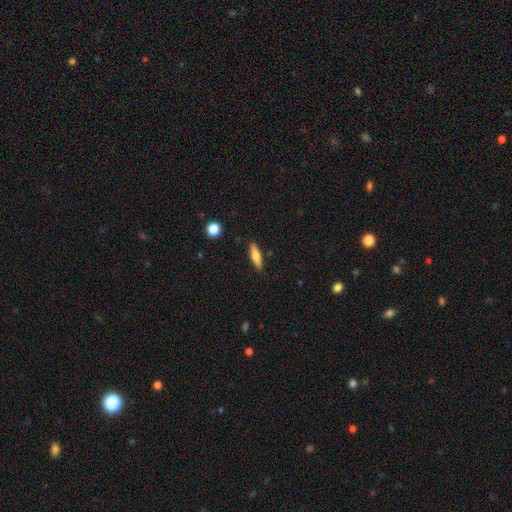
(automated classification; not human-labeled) A smooth galaxy with no disk features (72%) that is cigar-shaped (67%). Merging: none (87%).